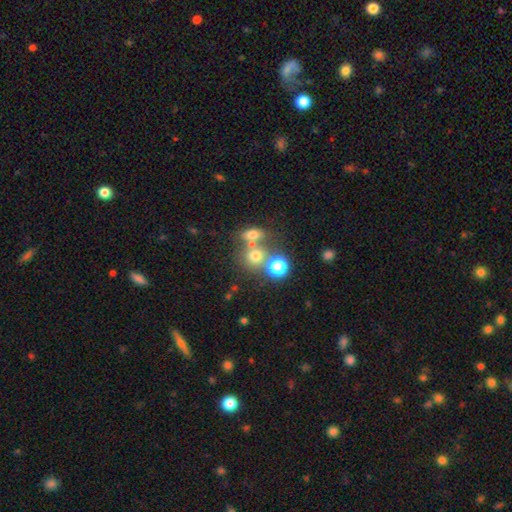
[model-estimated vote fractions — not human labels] Overall: smooth (66%). How rounded: round (76%). Merging: none (49%; merger 36%).